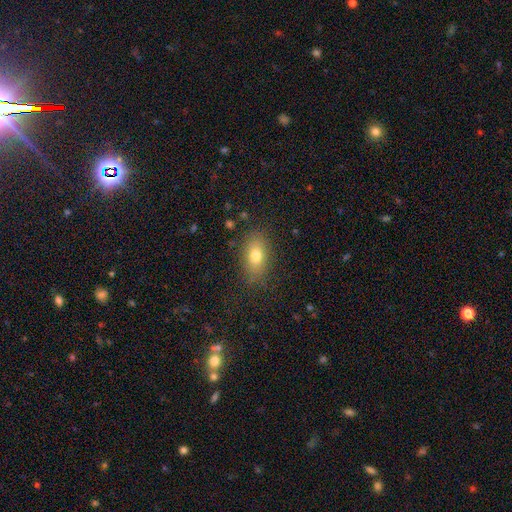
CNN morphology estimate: type=smooth (75%); roundness=in between (83%); merging=none (83%).